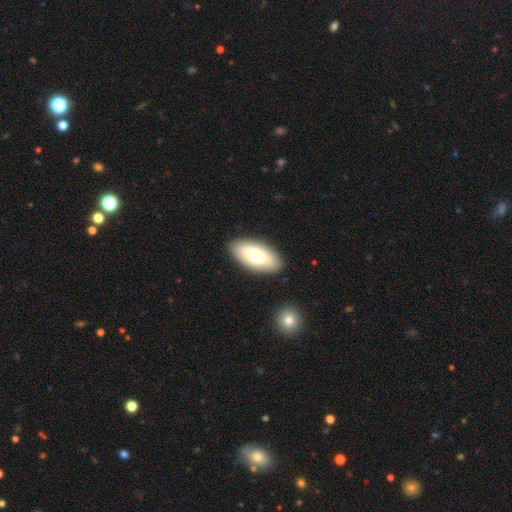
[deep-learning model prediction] Smooth or featured: smooth — 71% (featured or disk — 23%)
How rounded: in between — 90% (cigar-shaped — 8%)
Merging: none — 87% (minor disturbance — 9%)